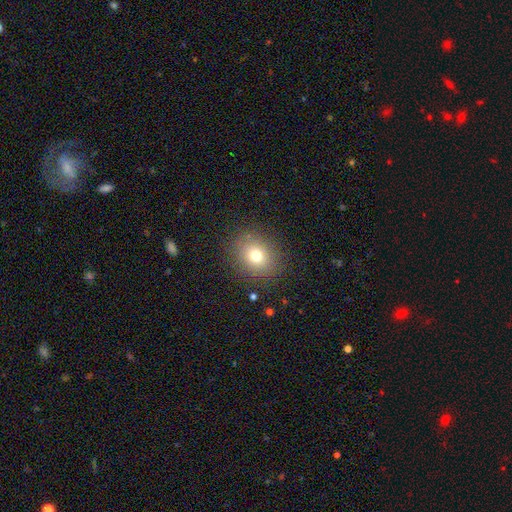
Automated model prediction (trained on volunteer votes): This appears to be a smooth galaxy with no disk features (74%) that is round (63%). Merging: none (86%).